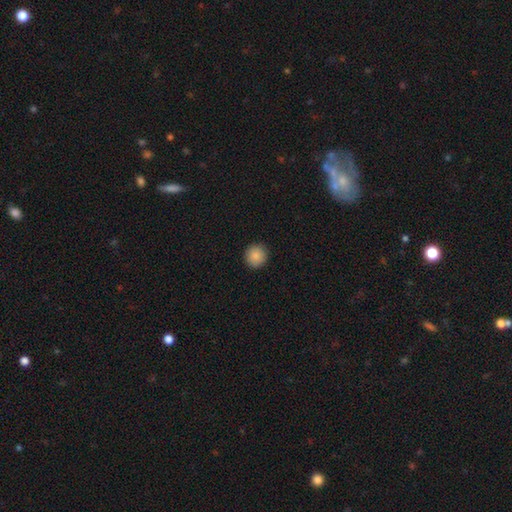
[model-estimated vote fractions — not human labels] Morphology: type=smooth (88%); roundness=round (94%); merging=none (92%).